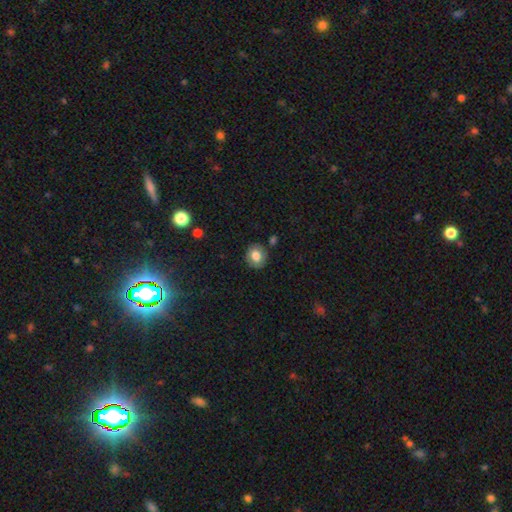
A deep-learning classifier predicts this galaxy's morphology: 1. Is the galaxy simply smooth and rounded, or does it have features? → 74% smooth, 16% featured or disk, 9% star or artifact.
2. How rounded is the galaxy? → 78% round, 21% in between, 1% cigar-shaped.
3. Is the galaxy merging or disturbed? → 83% none, 11% minor disturbance, 3% merger, 3% major disturbance.